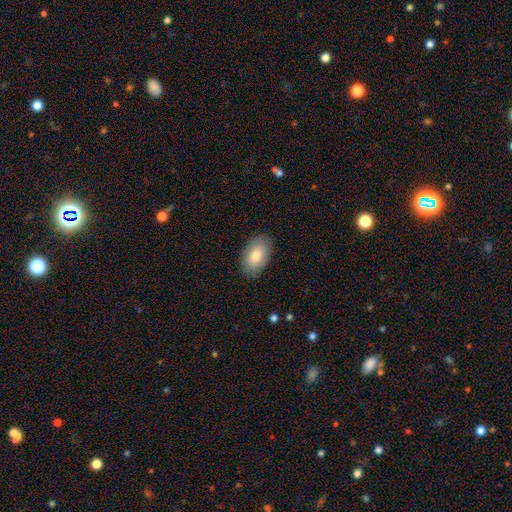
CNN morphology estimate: A smooth galaxy with no disk features (79%) that is in between round and cigar-shaped (92%). Merging: none (86%).